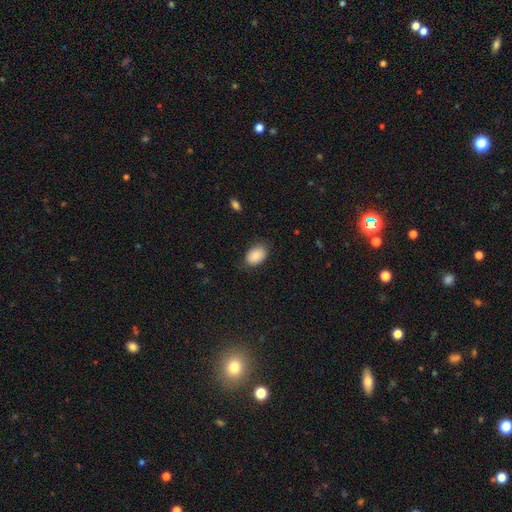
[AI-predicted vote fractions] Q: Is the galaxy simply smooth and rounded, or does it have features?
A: smooth — 87%.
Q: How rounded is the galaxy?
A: in between — 87%.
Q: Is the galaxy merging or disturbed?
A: none — 79%.